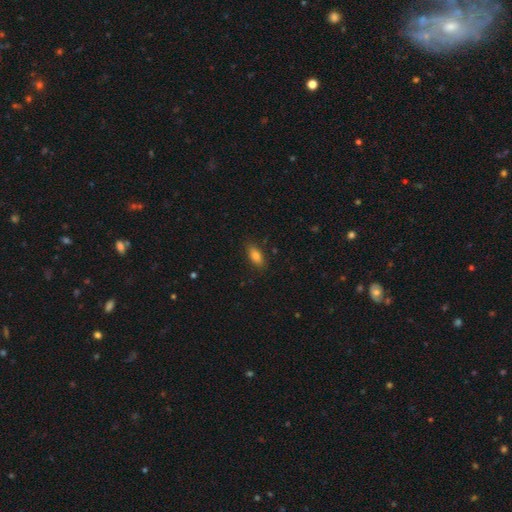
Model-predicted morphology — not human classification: Overall: smooth (82%). How rounded: in between (85%). Merging: none (85%).